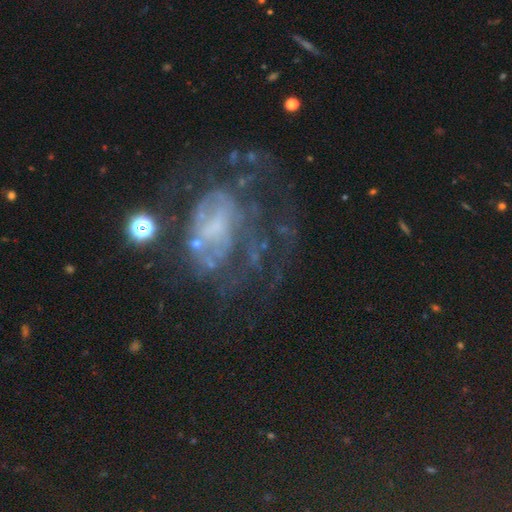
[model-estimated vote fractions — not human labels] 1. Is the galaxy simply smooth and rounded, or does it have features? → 68% featured or disk, 17% star or artifact, 15% smooth.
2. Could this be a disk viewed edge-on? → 97% no, 3% yes.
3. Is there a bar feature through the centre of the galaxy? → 70% no, 23% weak, 7% strong.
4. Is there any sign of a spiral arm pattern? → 51% no, 49% yes.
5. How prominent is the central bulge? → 49% none, 27% small, 17% moderate, 4% large, 2% dominant.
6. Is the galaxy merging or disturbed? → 39% major disturbance, 37% none, 18% minor disturbance, 7% merger.